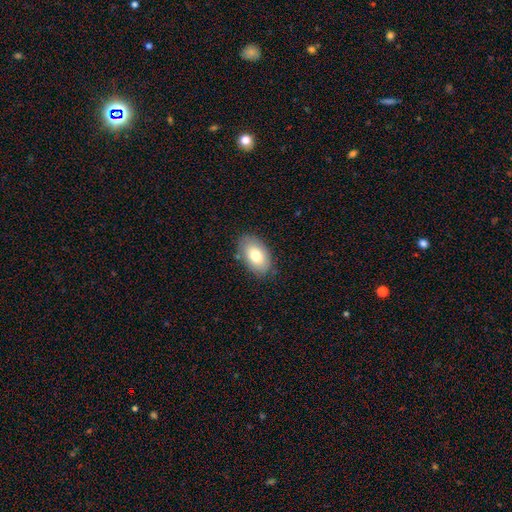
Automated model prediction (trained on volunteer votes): The model was most divided on "smooth or featured": smooth: 75%, featured or disk: 17%, star or artifact: 8%. More confident: how rounded — in between (92%); merging — none (82%).